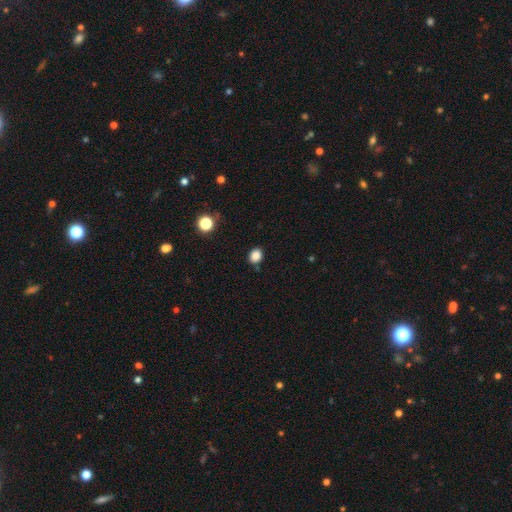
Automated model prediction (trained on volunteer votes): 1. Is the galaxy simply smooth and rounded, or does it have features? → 85% smooth, 11% star or artifact, 4% featured or disk.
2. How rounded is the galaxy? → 55% round, 44% in between, 1% cigar-shaped.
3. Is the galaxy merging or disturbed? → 83% none, 12% minor disturbance, 3% major disturbance, 3% merger.